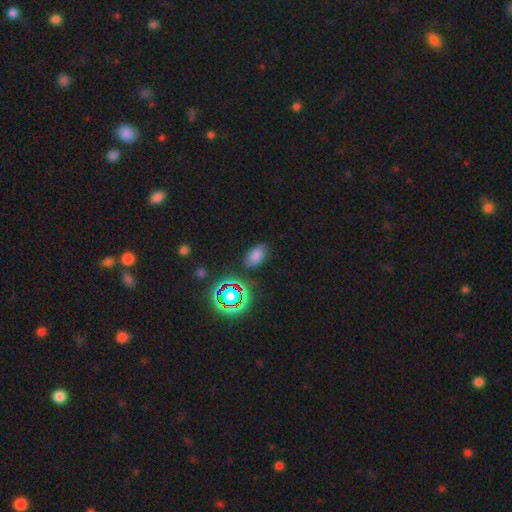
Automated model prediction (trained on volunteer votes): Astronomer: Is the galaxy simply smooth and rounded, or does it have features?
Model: smooth — 70%.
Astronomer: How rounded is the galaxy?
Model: in between — 90%.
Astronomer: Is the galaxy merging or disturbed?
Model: none — 79%.